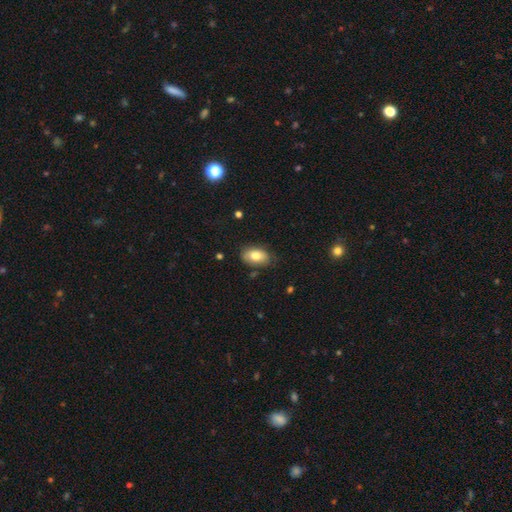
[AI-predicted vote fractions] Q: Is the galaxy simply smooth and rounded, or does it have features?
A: smooth — 79%.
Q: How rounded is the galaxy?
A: in between — 91%.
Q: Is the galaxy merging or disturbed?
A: none — 76%.